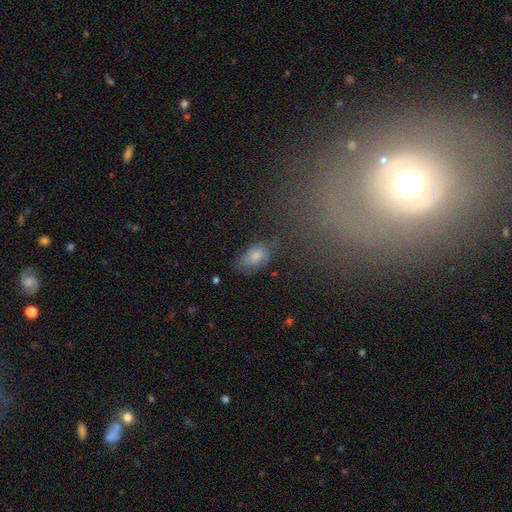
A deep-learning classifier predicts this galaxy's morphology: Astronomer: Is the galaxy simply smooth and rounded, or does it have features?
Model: smooth — 74%.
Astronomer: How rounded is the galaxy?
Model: in between — 90%.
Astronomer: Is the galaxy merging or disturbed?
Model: none — 61%.